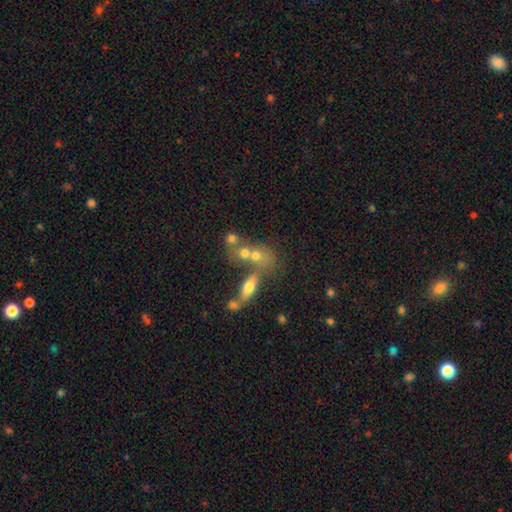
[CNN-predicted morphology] smooth-or-featured: smooth: 58% | featured or disk: 27% | star or artifact: 15%
  how-rounded: in between: 51% | round: 39% | cigar-shaped: 10%
  merging: merger: 52% | none: 31% | minor disturbance: 9% | major disturbance: 7%